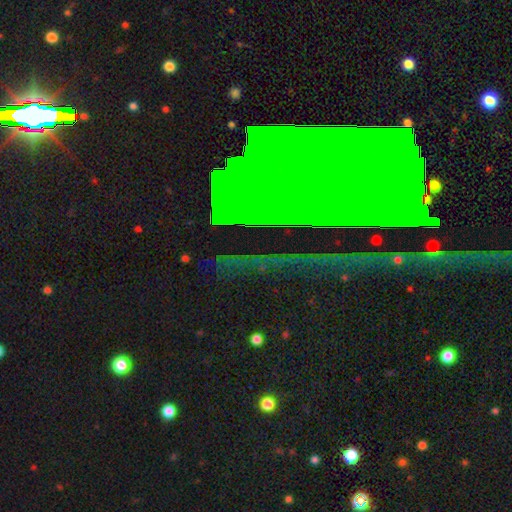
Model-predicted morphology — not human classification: smooth-or-featured: star or artifact: 70% | featured or disk: 19% | smooth: 11%